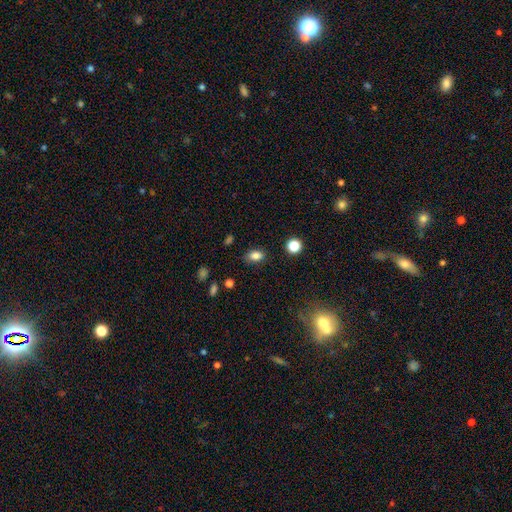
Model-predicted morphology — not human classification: Smooth or featured? smooth (84%)
How rounded? in between (83%)
Merging? none (81%)